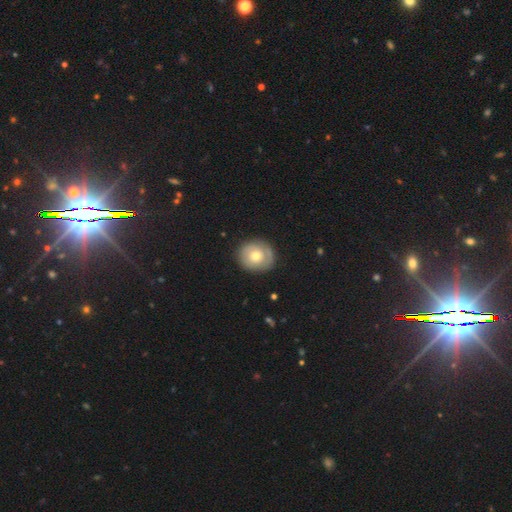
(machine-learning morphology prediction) Smooth or featured?
  - smooth: 54% *
  - featured or disk: 40%
  - star or artifact: 7%
How rounded?
  - round: 83% *
  - in between: 16%
  - cigar-shaped: 1%
Merging?
  - none: 82% *
  - minor disturbance: 12%
  - major disturbance: 4%
  - merger: 1%